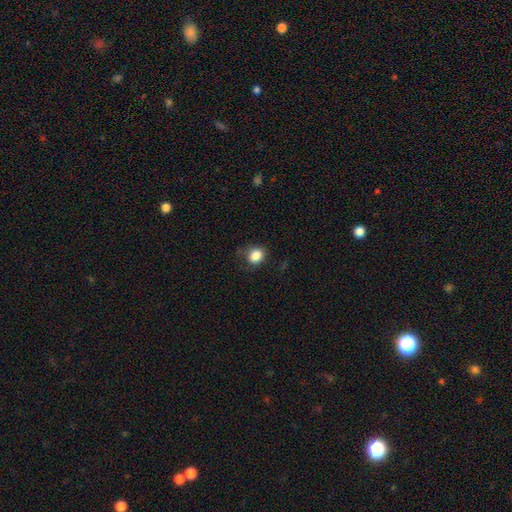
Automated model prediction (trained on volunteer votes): This is clearly a smooth galaxy (85%). How rounded: possibly round (60%). Merging: likely none (72%).